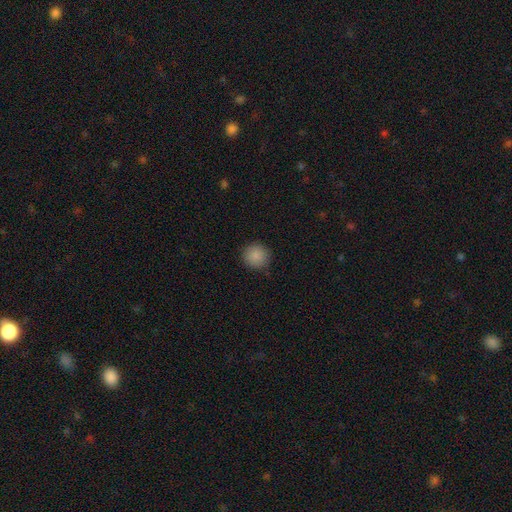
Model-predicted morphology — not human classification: Smooth or featured? Predicted: smooth (p=0.87). How rounded? Predicted: round (p=0.93). Merging? Predicted: none (p=0.88).